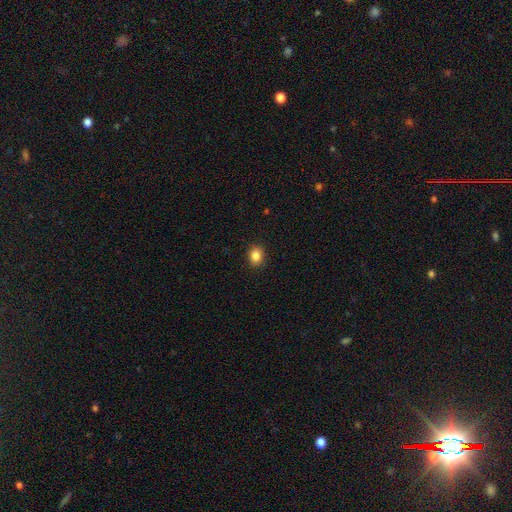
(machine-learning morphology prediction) This appears to be a smooth galaxy with no disk features (86%) that is round (52%). Merging: none (89%).